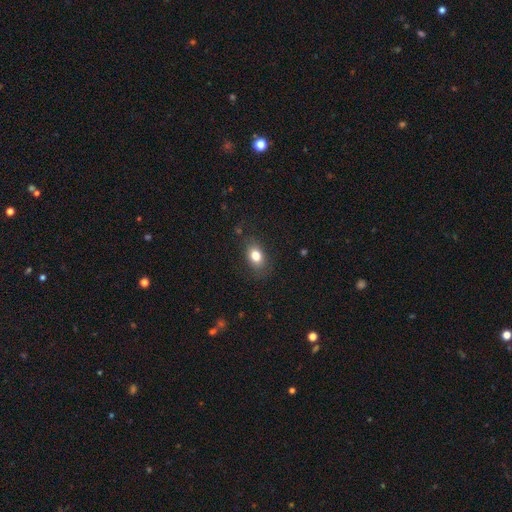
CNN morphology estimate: Smooth or featured? Predicted: smooth (p=0.79). How rounded? Predicted: in between (p=0.75). Merging? Predicted: none (p=0.79).